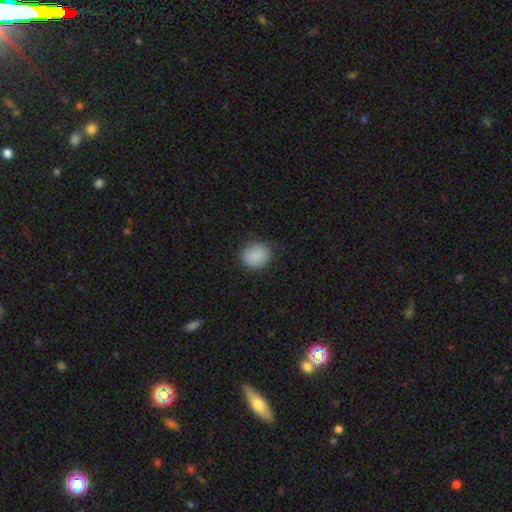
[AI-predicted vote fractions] Overall: smooth (88%). How rounded: round (70%). Merging: none (78%).